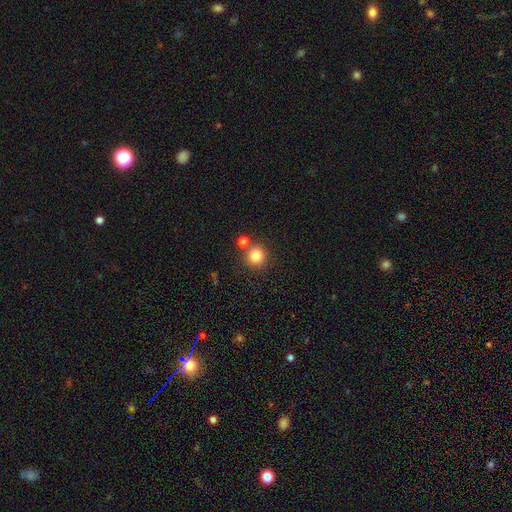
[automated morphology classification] Q: Smooth or featured?
A: smooth (83%); runner-up: star or artifact (11%)
Q: How rounded?
A: round (93%); runner-up: in between (6%)
Q: Merging?
A: none (73%); runner-up: merger (16%)